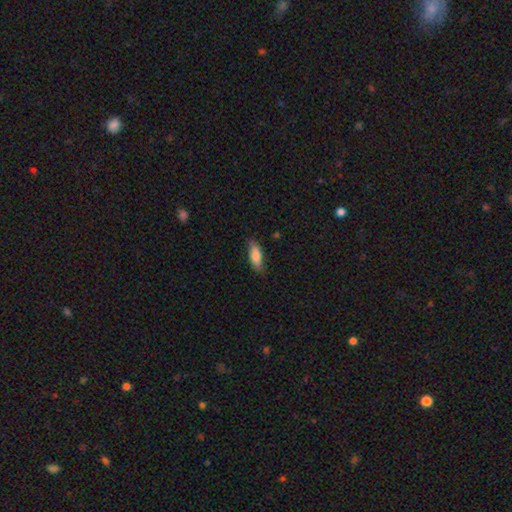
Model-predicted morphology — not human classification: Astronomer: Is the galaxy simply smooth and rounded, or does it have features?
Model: smooth — 82%.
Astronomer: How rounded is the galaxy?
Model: in between — 68%.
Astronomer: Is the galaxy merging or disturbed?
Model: none — 81%.